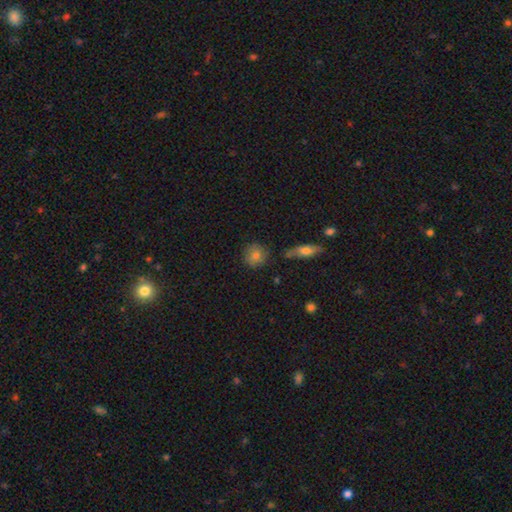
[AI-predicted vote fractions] The model was most divided on "merging": none: 76%, minor disturbance: 15%, merger: 5%, major disturbance: 3%. More confident: how rounded — round (85%); smooth or featured — smooth (78%).